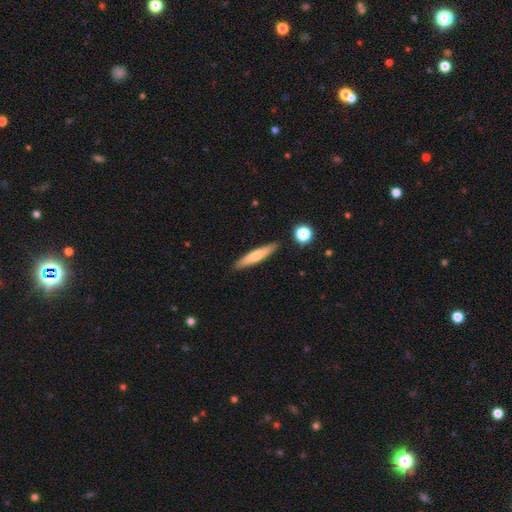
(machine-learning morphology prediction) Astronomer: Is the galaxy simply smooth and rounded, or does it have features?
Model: smooth — 56% (runner-up: featured or disk, 38%).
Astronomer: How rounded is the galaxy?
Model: cigar-shaped — 89%.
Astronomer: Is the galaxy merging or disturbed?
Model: none — 89%.